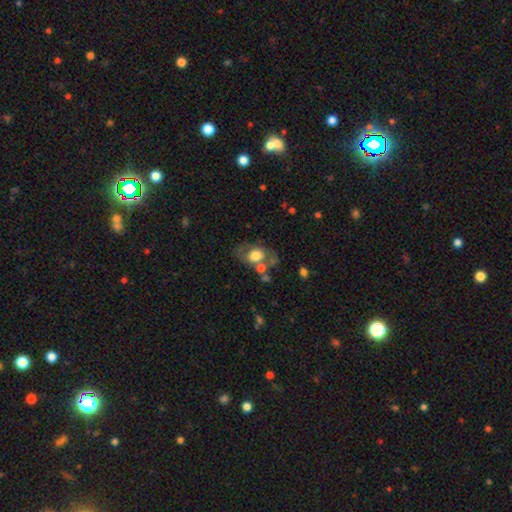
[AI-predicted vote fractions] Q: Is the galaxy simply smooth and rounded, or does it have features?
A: smooth — 57%.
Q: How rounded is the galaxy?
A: in between — 70%.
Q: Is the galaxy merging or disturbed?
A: none — 52%.